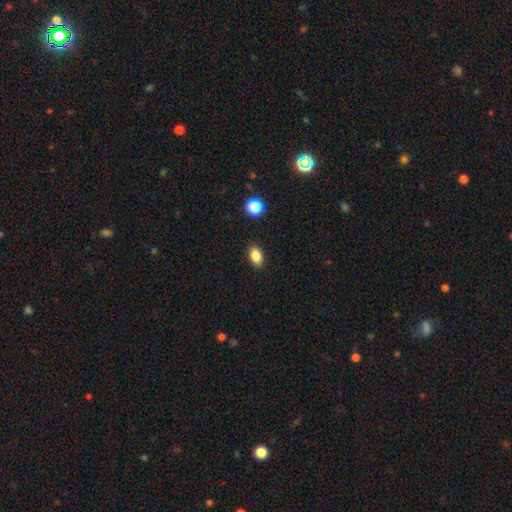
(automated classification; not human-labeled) Smooth or featured?
  - smooth: 86% *
  - star or artifact: 9%
  - featured or disk: 4%
How rounded?
  - in between: 87% *
  - round: 11%
  - cigar-shaped: 2%
Merging?
  - none: 88% *
  - minor disturbance: 8%
  - major disturbance: 2%
  - merger: 2%